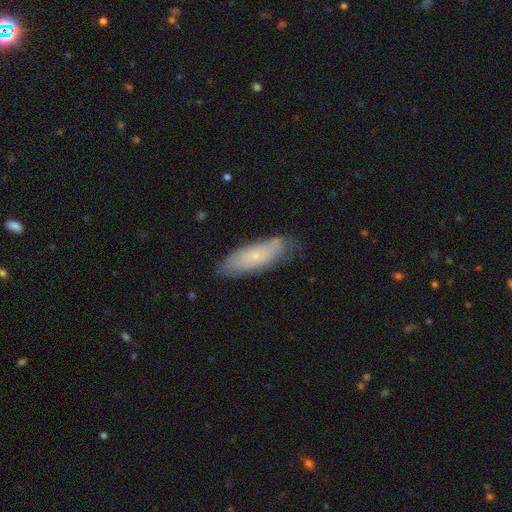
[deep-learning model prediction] Smooth or featured?
  - smooth: 57% *
  - featured or disk: 36%
  - star or artifact: 7%
How rounded?
  - in between: 56% *
  - cigar-shaped: 42%
  - round: 2%
Merging?
  - none: 72% *
  - minor disturbance: 22%
  - major disturbance: 5%
  - merger: 1%